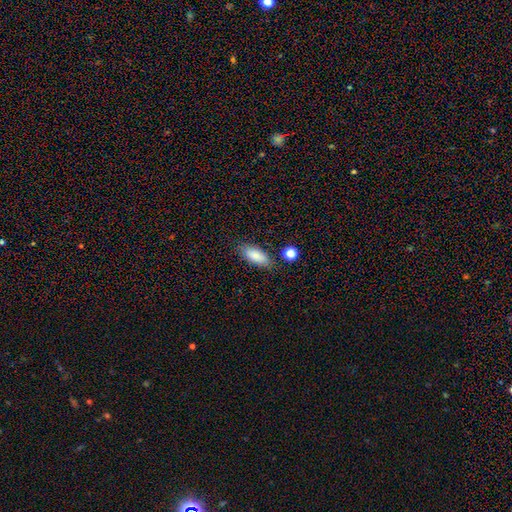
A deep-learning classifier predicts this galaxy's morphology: smooth-or-featured: smooth: 84% | featured or disk: 8% | star or artifact: 7%
  how-rounded: in between: 81% | cigar-shaped: 16% | round: 3%
  merging: none: 77% | minor disturbance: 14% | merger: 5% | major disturbance: 4%